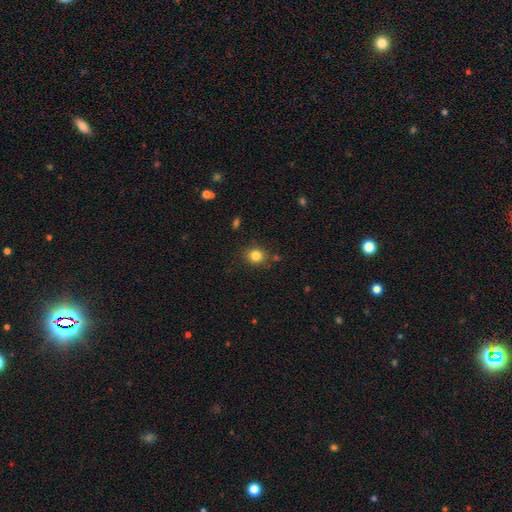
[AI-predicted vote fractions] Smooth or featured?
  - smooth: 83% *
  - star or artifact: 12%
  - featured or disk: 6%
How rounded?
  - round: 80% *
  - in between: 19%
  - cigar-shaped: 1%
Merging?
  - none: 83% *
  - minor disturbance: 10%
  - merger: 4%
  - major disturbance: 3%